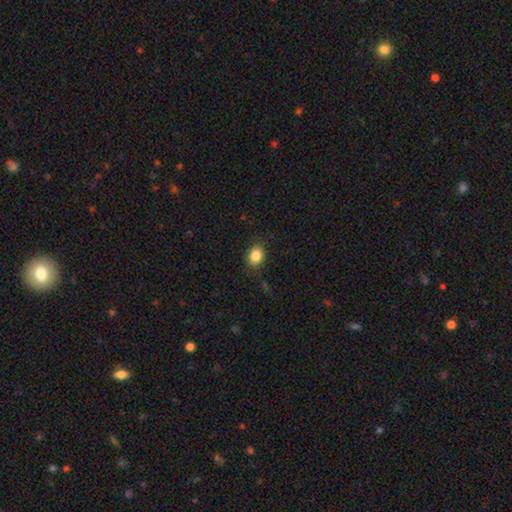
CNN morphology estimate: smooth-or-featured: smooth: 86% | star or artifact: 9% | featured or disk: 5%
  how-rounded: in between: 60% | round: 39% | cigar-shaped: 1%
  merging: none: 86% | minor disturbance: 10% | major disturbance: 3% | merger: 1%